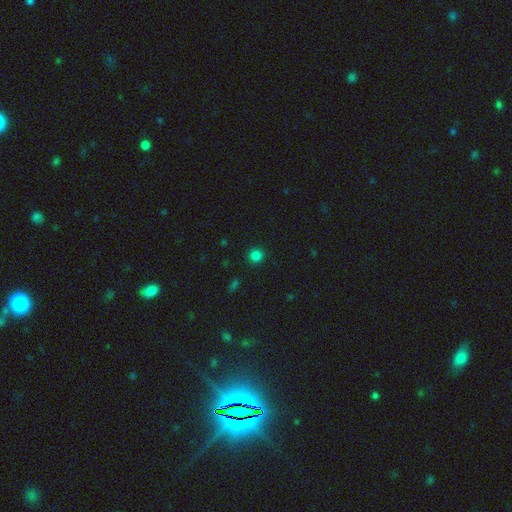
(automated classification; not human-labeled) Smooth or featured?
  - smooth: 82% *
  - star or artifact: 15%
  - featured or disk: 4%
How rounded?
  - round: 93% *
  - in between: 6%
  - cigar-shaped: 1%
Merging?
  - none: 91% *
  - minor disturbance: 6%
  - major disturbance: 2%
  - merger: 1%